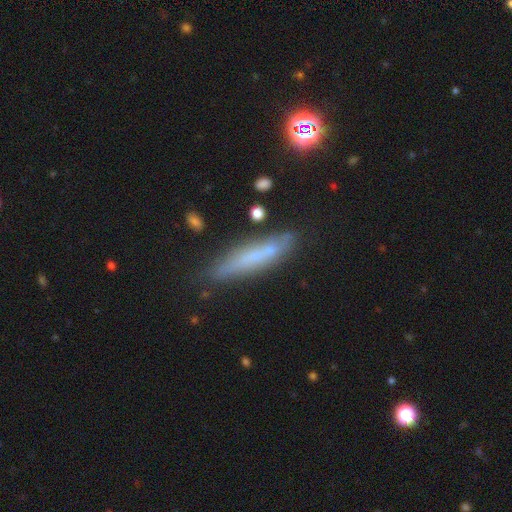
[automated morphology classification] Smooth or featured? Predicted: smooth (p=0.49). Merging? Predicted: none (p=0.76).